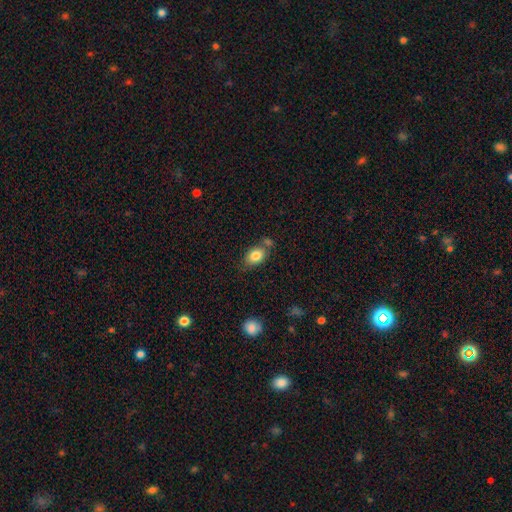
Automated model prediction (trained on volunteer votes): A smooth galaxy with no disk features (83%) that is in between round and cigar-shaped (73%). Merging: none (62%).